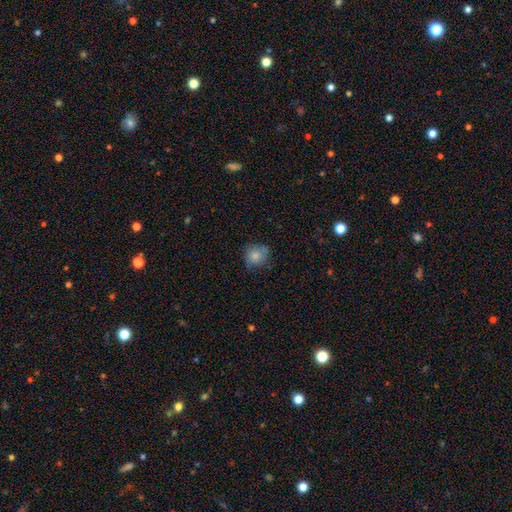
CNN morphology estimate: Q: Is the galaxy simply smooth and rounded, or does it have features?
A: smooth — 82%.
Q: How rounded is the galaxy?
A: round — 87%.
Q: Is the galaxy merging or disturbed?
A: none — 75%.